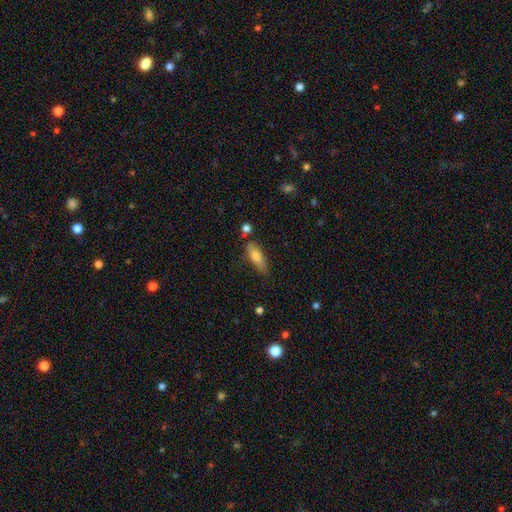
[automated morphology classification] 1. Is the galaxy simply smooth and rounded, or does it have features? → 72% smooth, 20% featured or disk, 8% star or artifact.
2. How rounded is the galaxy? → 54% in between, 44% cigar-shaped, 3% round.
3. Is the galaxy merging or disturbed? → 57% none, 27% minor disturbance, 8% major disturbance, 7% merger.